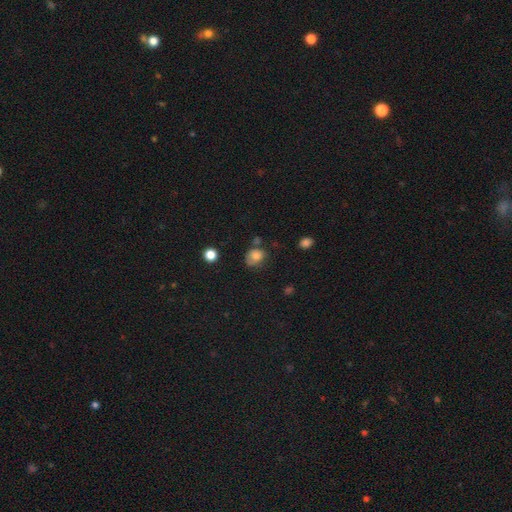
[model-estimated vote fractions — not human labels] smooth 78%, star or artifact 11%, featured or disk 11%. Down the decision tree: how rounded — round (58%); merging — none (49%).